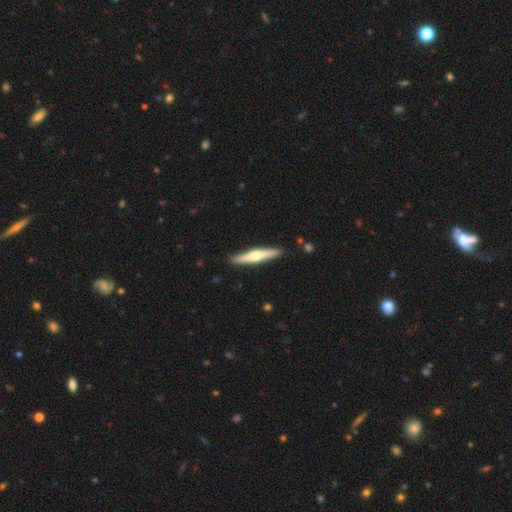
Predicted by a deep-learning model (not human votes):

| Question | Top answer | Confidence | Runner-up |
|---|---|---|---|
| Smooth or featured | featured or disk | 54% | smooth (41%) |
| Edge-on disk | yes | 96% | no (4%) |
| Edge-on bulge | rounded | 86% | none (8%) |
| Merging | none | 91% | minor disturbance (7%) |